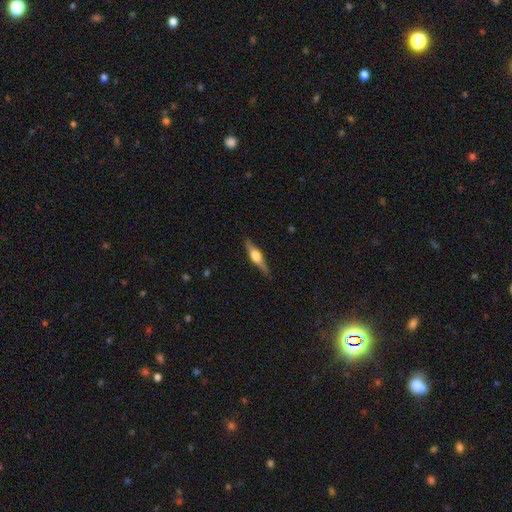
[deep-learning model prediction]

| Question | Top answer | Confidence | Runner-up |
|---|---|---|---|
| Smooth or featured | featured or disk | 67% | smooth (27%) |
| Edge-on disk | yes | 97% | no (3%) |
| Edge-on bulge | rounded | 92% | boxy (6%) |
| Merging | none | 87% | minor disturbance (10%) |